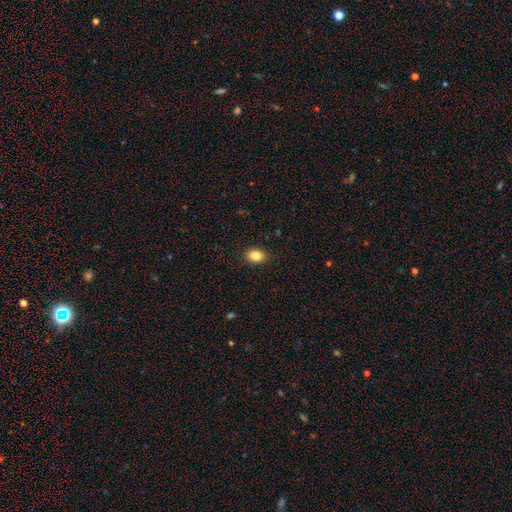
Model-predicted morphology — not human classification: Q: Smooth or featured?
A: smooth (85%); runner-up: star or artifact (9%)
Q: How rounded?
A: in between (76%); runner-up: round (23%)
Q: Merging?
A: none (90%); runner-up: minor disturbance (7%)